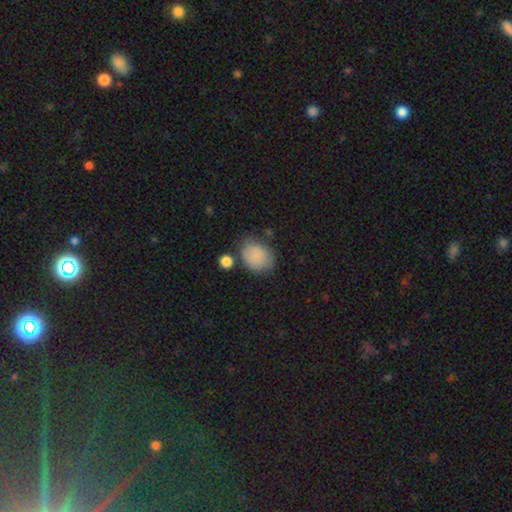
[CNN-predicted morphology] smooth_or_featured: smooth (p=0.85) [alt: star or artifact p=0.08]
how_rounded: in between (p=0.56) [alt: round p=0.43]
merging: none (p=0.66) [alt: minor disturbance p=0.21]